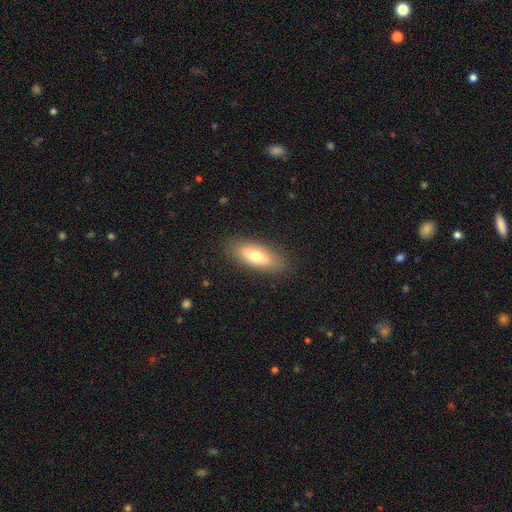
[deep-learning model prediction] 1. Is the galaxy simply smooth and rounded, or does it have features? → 70% smooth, 24% featured or disk, 6% star or artifact.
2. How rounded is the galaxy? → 71% in between, 26% cigar-shaped, 3% round.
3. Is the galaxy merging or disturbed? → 86% none, 10% minor disturbance, 3% major disturbance, 1% merger.